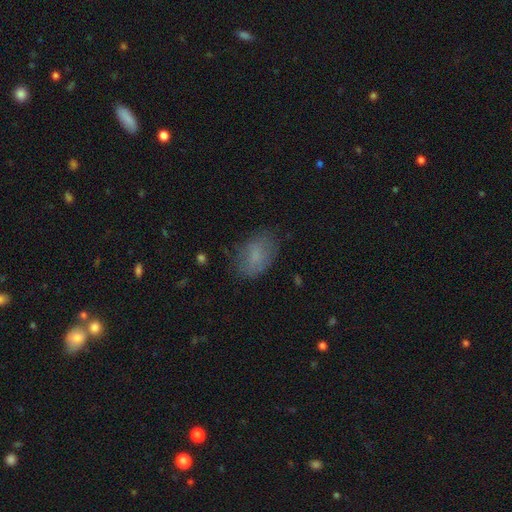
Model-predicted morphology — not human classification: Smooth or featured?
  - smooth: 72% *
  - featured or disk: 18%
  - star or artifact: 10%
How rounded?
  - in between: 87% *
  - round: 11%
  - cigar-shaped: 2%
Merging?
  - none: 70% *
  - minor disturbance: 21%
  - major disturbance: 8%
  - merger: 1%